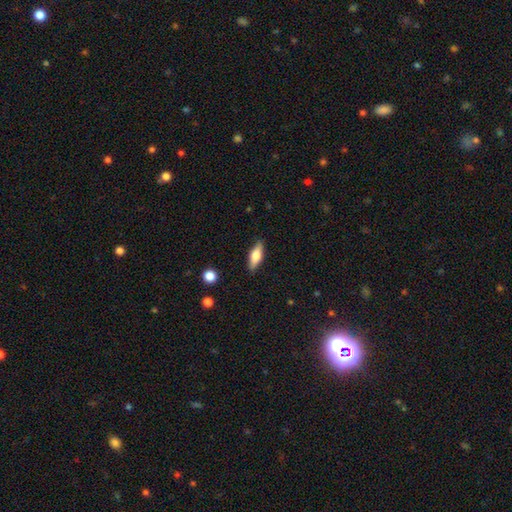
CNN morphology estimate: A smooth galaxy with no disk features (56%) that is in between round and cigar-shaped (56%). Merging: none (87%).